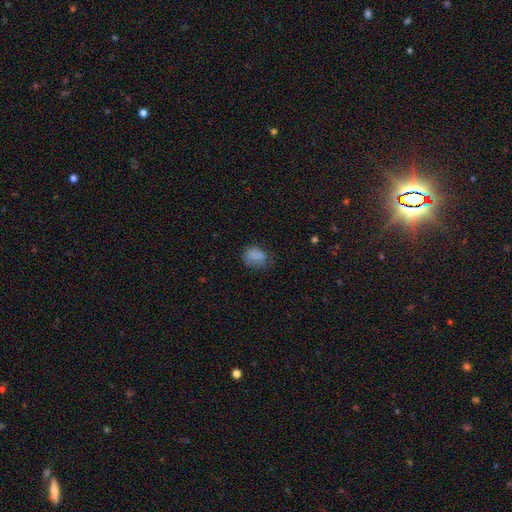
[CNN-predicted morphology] This appears to be a smooth galaxy with no disk features (80%) that is in between round and cigar-shaped (56%). Merging: none (56%).